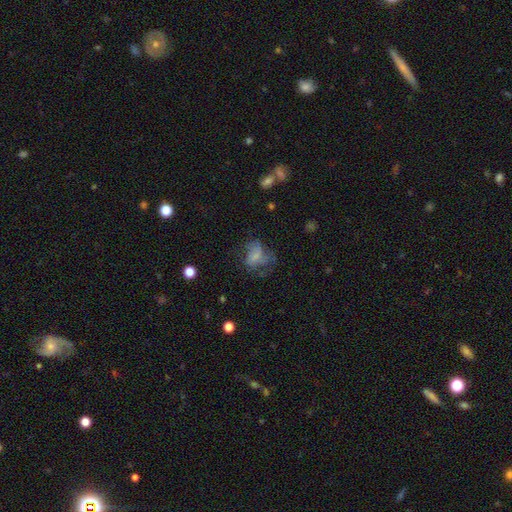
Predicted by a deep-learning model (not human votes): A smooth galaxy with no disk features (47%). Merging: major disturbance (38%).